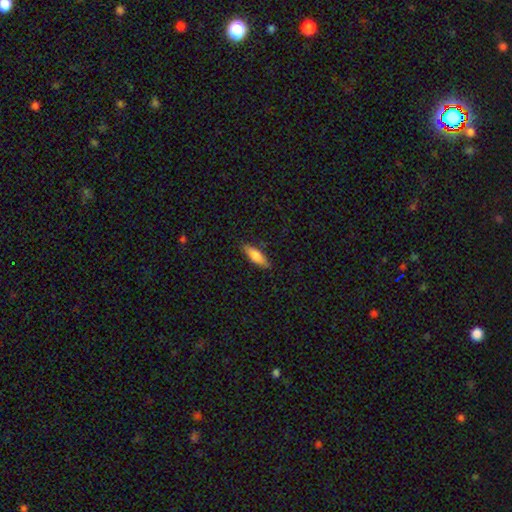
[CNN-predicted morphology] A smooth galaxy with no disk features (79%) that is in between round and cigar-shaped (53%). Merging: none (84%).